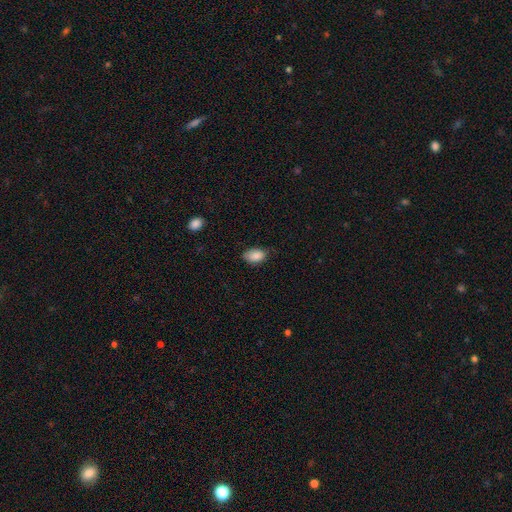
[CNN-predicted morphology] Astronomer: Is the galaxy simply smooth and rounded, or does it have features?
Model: smooth — 86%.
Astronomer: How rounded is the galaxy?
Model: in between — 91%.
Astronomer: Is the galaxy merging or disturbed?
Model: none — 69%.